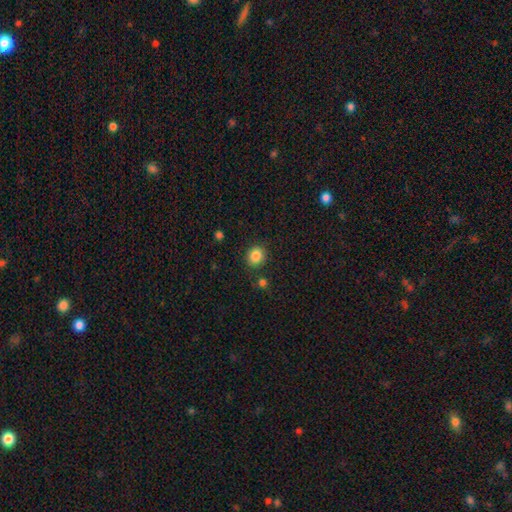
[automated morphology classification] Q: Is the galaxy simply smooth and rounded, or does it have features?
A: smooth — 86%.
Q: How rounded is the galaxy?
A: round — 75%.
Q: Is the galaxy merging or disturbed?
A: none — 85%.